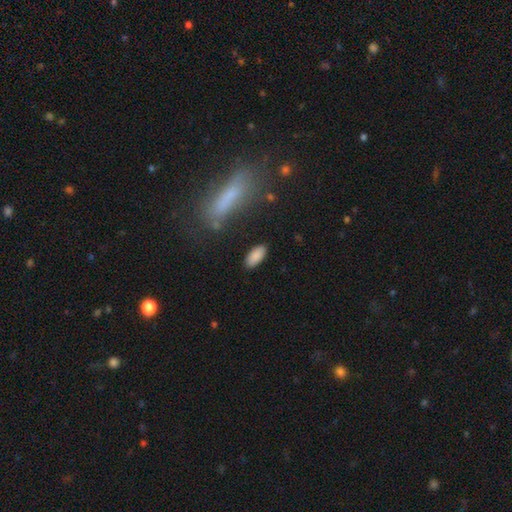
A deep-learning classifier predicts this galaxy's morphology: Smooth or featured? smooth (88%)
How rounded? in between (88%)
Merging? none (87%)